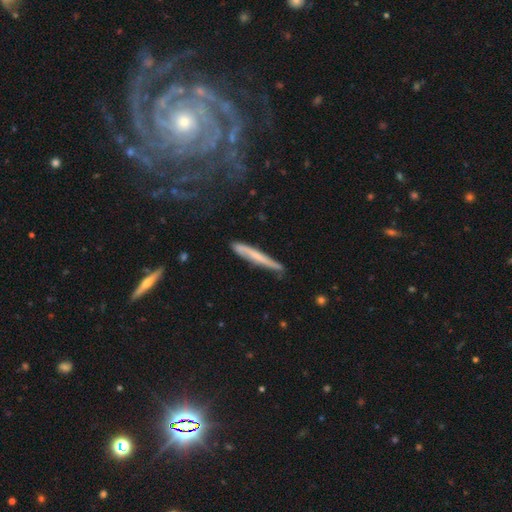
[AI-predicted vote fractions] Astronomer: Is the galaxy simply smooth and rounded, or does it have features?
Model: smooth — 51% (runner-up: featured or disk, 42%).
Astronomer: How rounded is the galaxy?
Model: cigar-shaped — 96%.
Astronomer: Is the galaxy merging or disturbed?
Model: none — 80%.